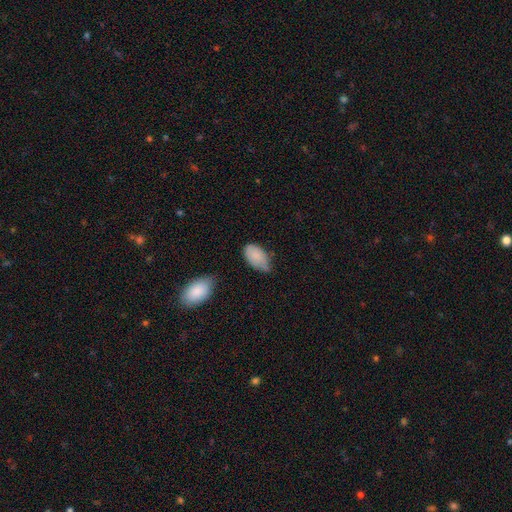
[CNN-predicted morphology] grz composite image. It shows a smooth galaxy with no disk features (82%) that is in between round and cigar-shaped (94%). Merging: minor disturbance (49%).